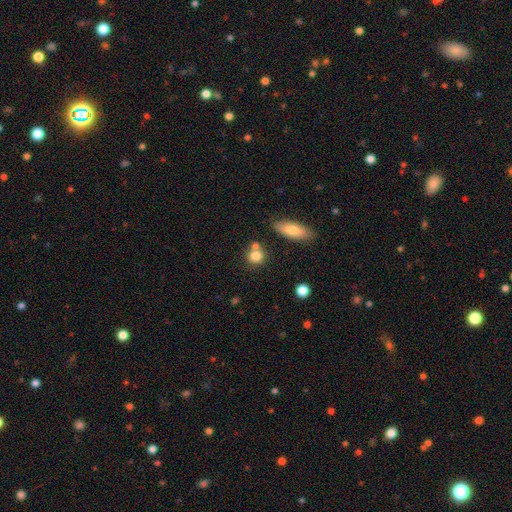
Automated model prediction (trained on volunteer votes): Smooth or featured?
  - smooth: 79% *
  - star or artifact: 10%
  - featured or disk: 10%
How rounded?
  - round: 81% *
  - in between: 17%
  - cigar-shaped: 2%
Merging?
  - none: 60% *
  - merger: 26%
  - minor disturbance: 11%
  - major disturbance: 4%